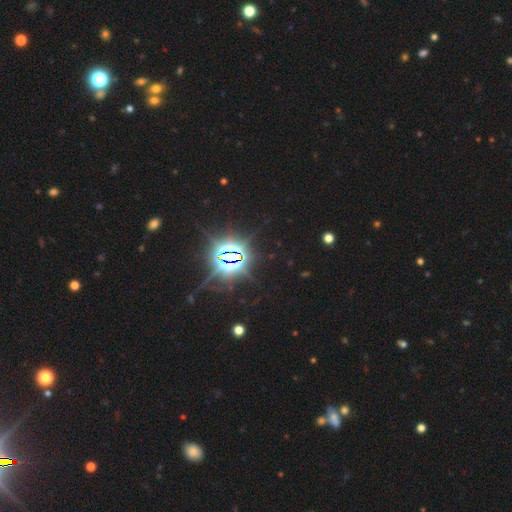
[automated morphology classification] Overall: star or artifact (86%).